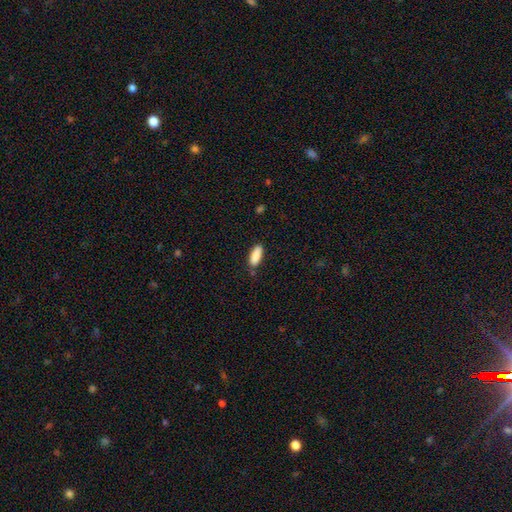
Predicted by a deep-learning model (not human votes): Morphology: type=smooth (88%); roundness=in between (71%); merging=none (80%).